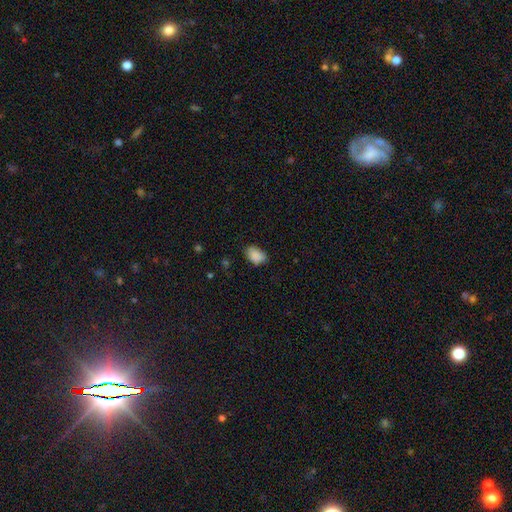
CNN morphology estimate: smooth 87%, star or artifact 8%, featured or disk 5%. Down the decision tree: how rounded — in between (82%); merging — none (72%).